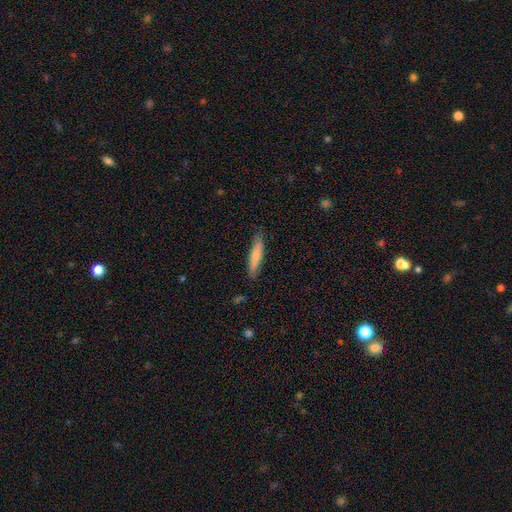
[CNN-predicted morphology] Smooth or featured? smooth (75%)
How rounded? cigar-shaped (88%)
Merging? none (84%)